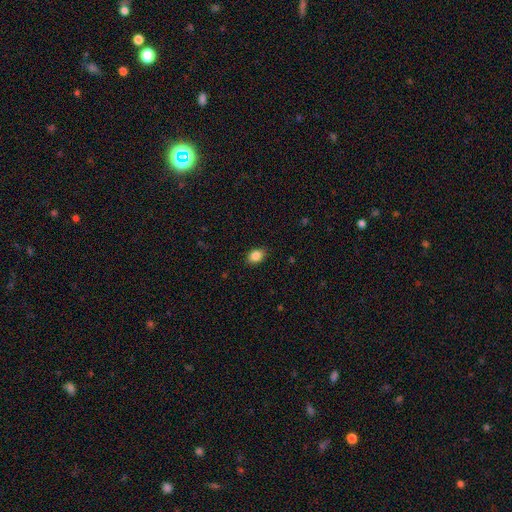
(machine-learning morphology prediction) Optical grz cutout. It shows a smooth galaxy with no disk features (87%) that is in between round and cigar-shaped (69%). Merging: none (87%).